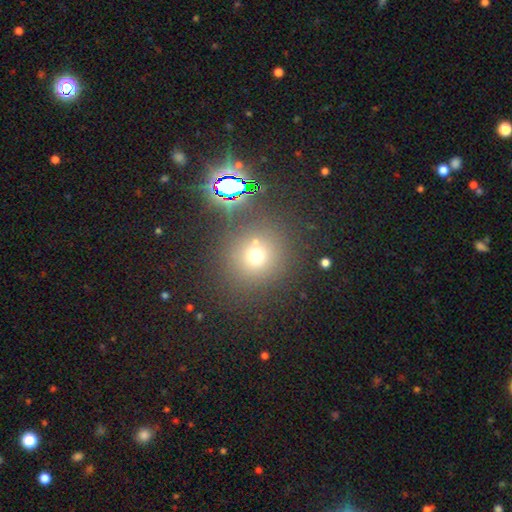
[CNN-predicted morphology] smooth-or-featured: smooth: 65% | star or artifact: 26% | featured or disk: 9%
  how-rounded: round: 91% | in between: 8% | cigar-shaped: 1%
  merging: none: 76% | merger: 12% | minor disturbance: 8% | major disturbance: 4%